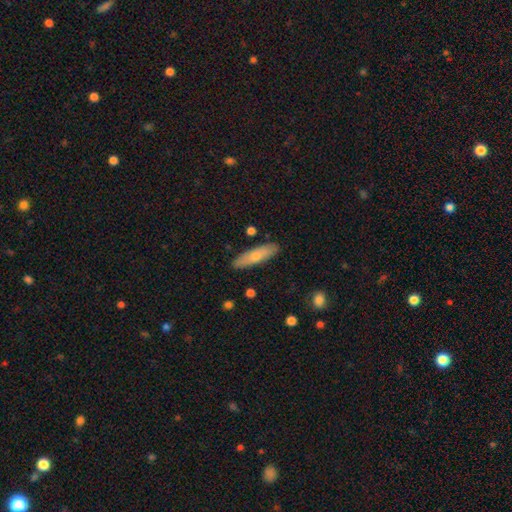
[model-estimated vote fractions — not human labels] A smooth galaxy with no disk features (67%) that is cigar-shaped (65%). Merging: none (87%).